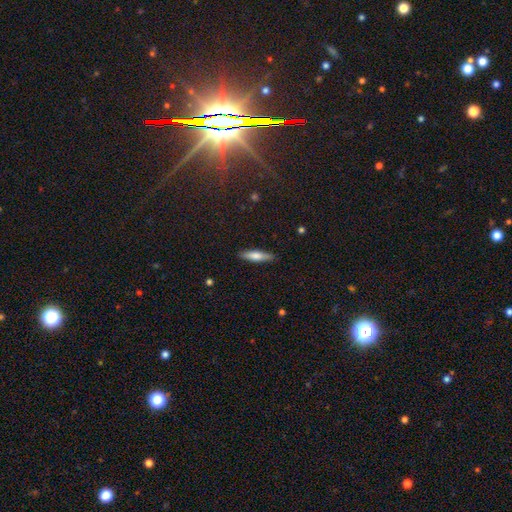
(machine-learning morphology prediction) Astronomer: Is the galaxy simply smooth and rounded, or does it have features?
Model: smooth — 68%.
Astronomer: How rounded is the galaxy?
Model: cigar-shaped — 75%.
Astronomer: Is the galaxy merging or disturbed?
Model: none — 89%.